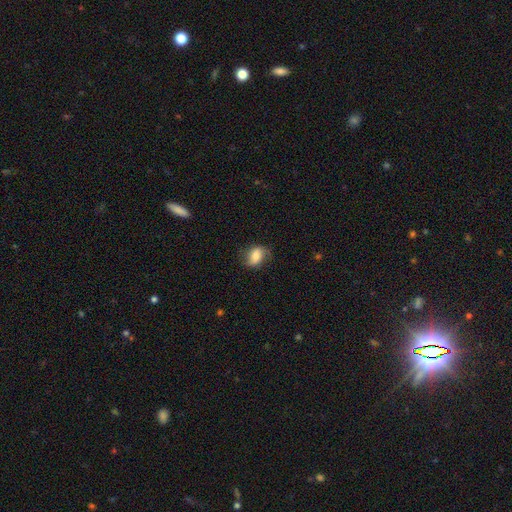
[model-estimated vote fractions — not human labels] A smooth galaxy with no disk features (65%) that is in between round and cigar-shaped (78%). Merging: none (66%).